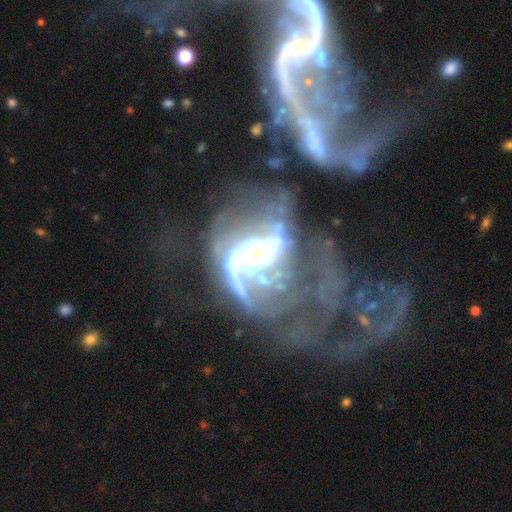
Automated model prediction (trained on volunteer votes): featured or disk 80%, star or artifact 12%, smooth 8%. Down the decision tree: edge-on disk — no (96%); bar — no (41%); spiral arms — yes (63%); bulge size — moderate (41%); merging — major disturbance (48%).